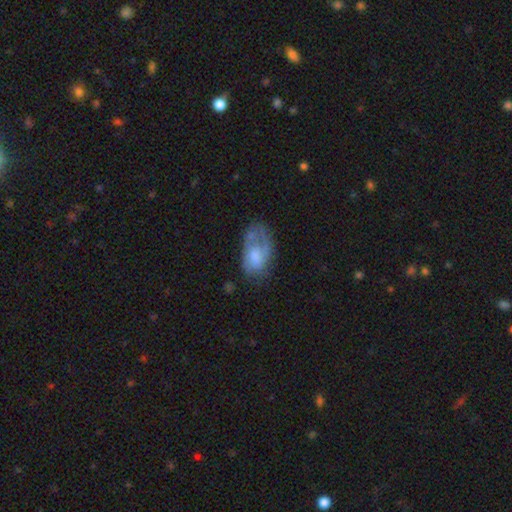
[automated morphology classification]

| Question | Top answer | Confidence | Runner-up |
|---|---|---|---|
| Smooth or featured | smooth | 46% | tied: featured or disk (46%) |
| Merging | none | 41% | minor disturbance (28%) |